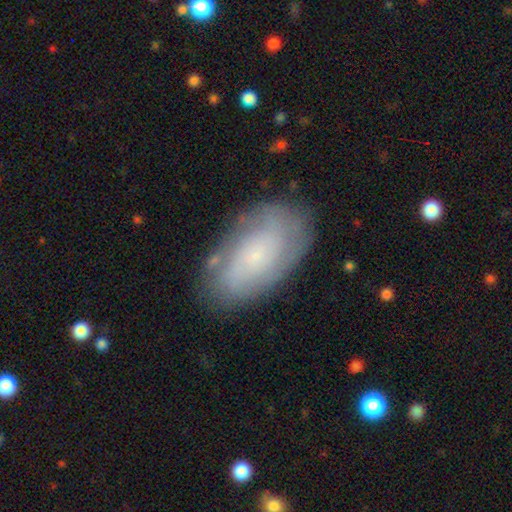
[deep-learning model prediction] A featured or disk galaxy (58%) with no bar (75%), spiral arms (82%) and a small central bulge (78%).

Vote fractions:
- Smooth or featured? featured or disk: 58% / smooth: 35% / star or artifact: 8%
- Edge-on disk? no: 94% / yes: 6%
- Bar? no: 75% / weak: 21% / strong: 4%
- Spiral arms? yes: 82% / no: 18%
- Bulge size? small: 78% / moderate: 11% / none: 7% / large: 2% / dominant: 1%
- Merging? none: 75% / minor disturbance: 17% / major disturbance: 5% / merger: 2%